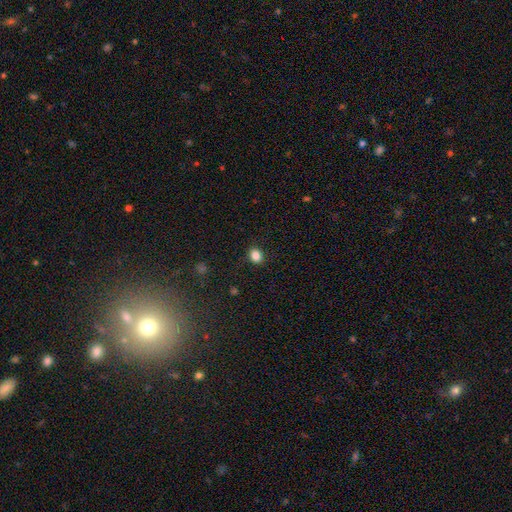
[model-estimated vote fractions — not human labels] A smooth galaxy with no disk features (85%) that is round (50%). Merging: none (88%).